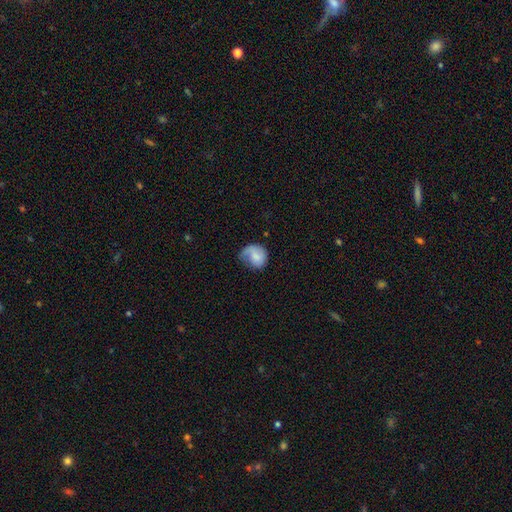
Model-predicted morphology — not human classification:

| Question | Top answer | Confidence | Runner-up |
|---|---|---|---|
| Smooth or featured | smooth | 60% | featured or disk (33%) |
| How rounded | round | 67% | in between (32%) |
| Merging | none | 42% | minor disturbance (32%) |